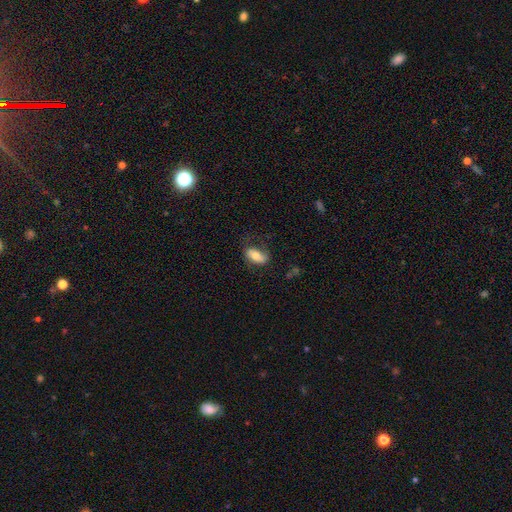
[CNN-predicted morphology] This appears to be a smooth galaxy with no disk features (67%) that is in between round and cigar-shaped (88%). Merging: none (63%).